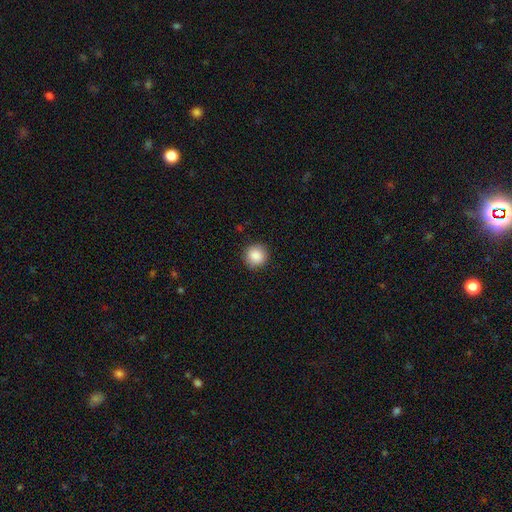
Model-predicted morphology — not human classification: smooth-or-featured: smooth: 88% | star or artifact: 9% | featured or disk: 3%
  how-rounded: round: 94% | in between: 5% | cigar-shaped: 1%
  merging: none: 90% | minor disturbance: 7% | major disturbance: 2% | merger: 1%